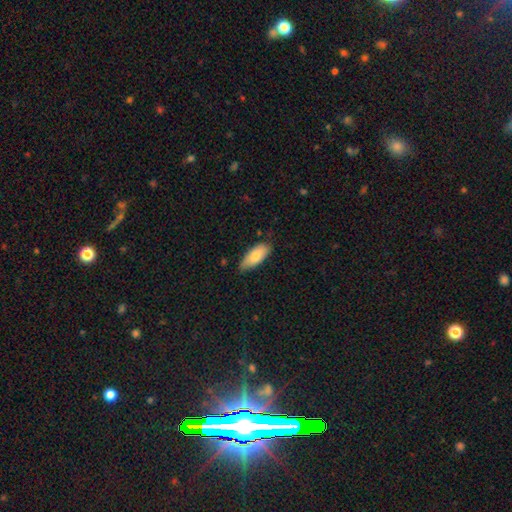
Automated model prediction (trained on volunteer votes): Overall: smooth (79%). How rounded: in between (84%). Merging: none (74%).